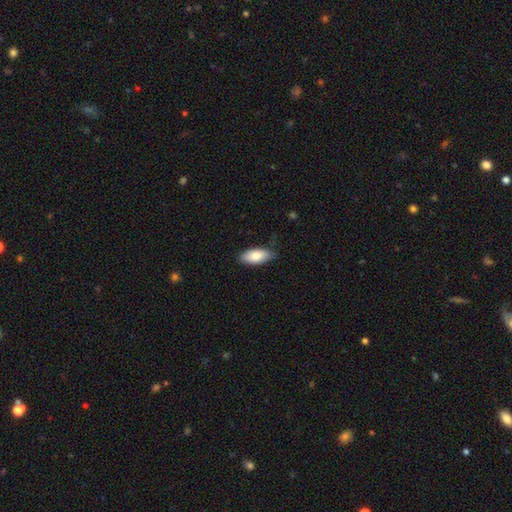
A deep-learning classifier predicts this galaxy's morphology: A smooth galaxy with no disk features (80%) that is in between round and cigar-shaped (90%). Merging: none (80%).